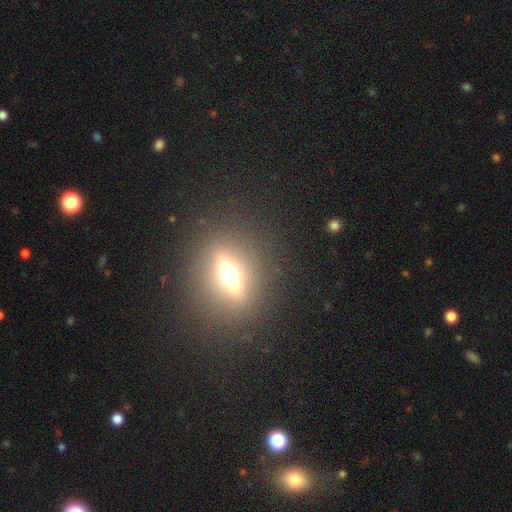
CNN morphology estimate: Smooth or featured? Predicted: featured or disk (p=0.46). Merging? Predicted: none (p=0.88).